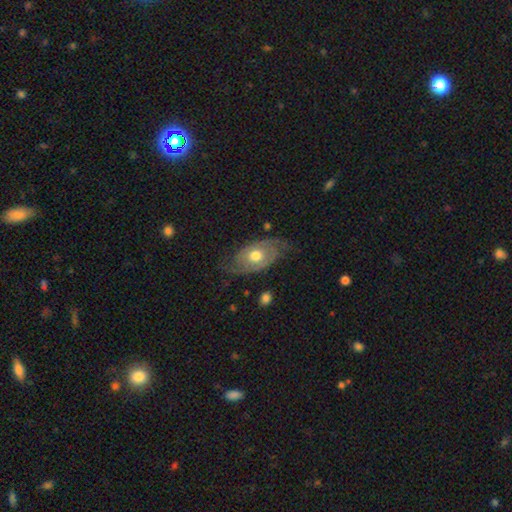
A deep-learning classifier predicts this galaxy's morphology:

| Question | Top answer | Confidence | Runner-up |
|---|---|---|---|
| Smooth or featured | featured or disk | 74% | smooth (20%) |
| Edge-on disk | no | 92% | yes (8%) |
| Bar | no | 83% | weak (14%) |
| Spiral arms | yes | 82% | no (18%) |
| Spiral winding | tight | 46% | medium (35%) |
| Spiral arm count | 2 | 73% | can't tell (17%) |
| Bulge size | moderate | 77% | large (11%) |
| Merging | none | 66% | minor disturbance (22%) |